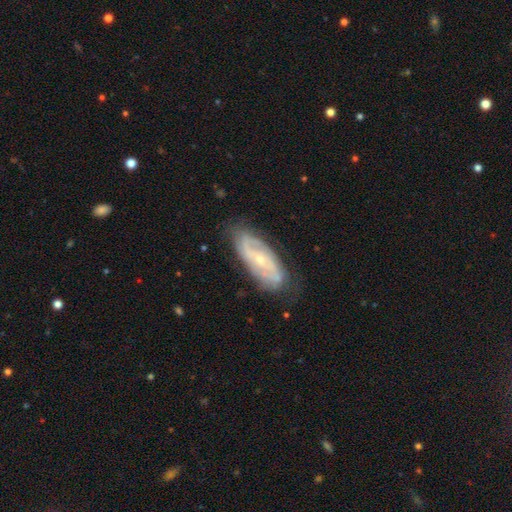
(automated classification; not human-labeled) Morphology: type=featured or disk (73%); edge-on=no (86%); bar=no (55%); spiral arms=yes (85%); winding=tight (42%); arm count=2 (60%); bulge=small (73%); merging=none (80%).